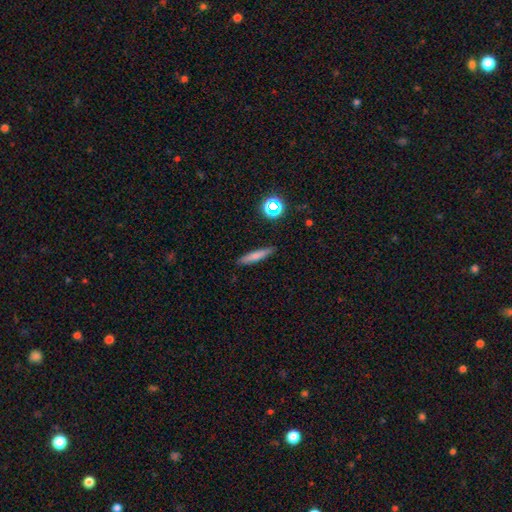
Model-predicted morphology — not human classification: smooth_or_featured: smooth (p=0.72) [alt: featured or disk p=0.18]
how_rounded: cigar-shaped (p=0.88) [alt: in between p=0.10]
merging: none (p=0.87) [alt: minor disturbance p=0.09]